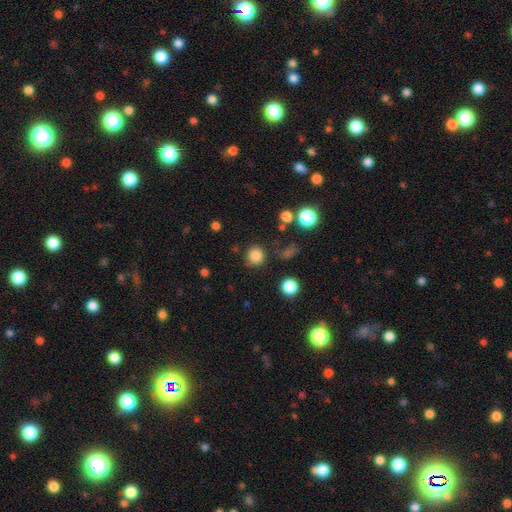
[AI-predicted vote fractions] Morphology: type=smooth (84%); roundness=round (92%); merging=none (83%).